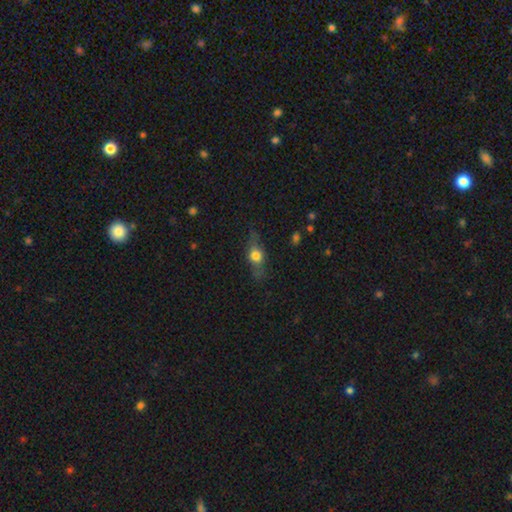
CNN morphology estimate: smooth 52%, featured or disk 37%, star or artifact 10%. Down the decision tree: how rounded — in between (47%); merging — none (72%).